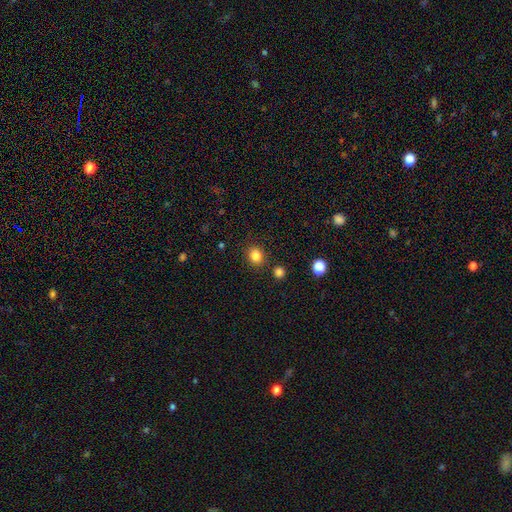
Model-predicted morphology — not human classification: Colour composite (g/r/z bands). It shows a smooth galaxy with no disk features (83%) that is round (73%). Merging: none (86%).